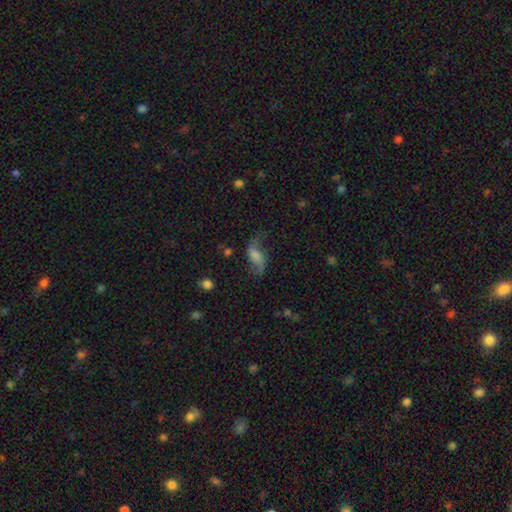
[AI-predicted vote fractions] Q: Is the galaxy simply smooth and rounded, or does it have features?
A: featured or disk — 66%.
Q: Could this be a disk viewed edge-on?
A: no — 93%.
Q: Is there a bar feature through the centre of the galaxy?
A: no — 47%.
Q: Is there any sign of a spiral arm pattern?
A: yes — 91%.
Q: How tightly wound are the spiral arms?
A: loose — 87%.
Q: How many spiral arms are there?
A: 2 — 90%.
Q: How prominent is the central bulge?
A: moderate — 29%.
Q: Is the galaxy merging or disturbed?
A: none — 65%.